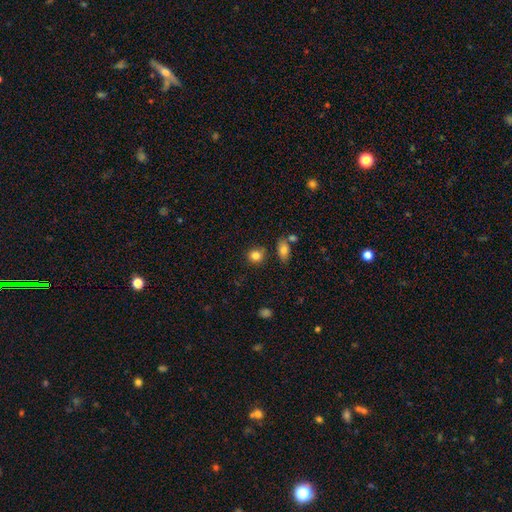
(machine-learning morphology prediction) This appears to be a smooth galaxy with no disk features (83%) that is round (78%). Merging: none (74%).